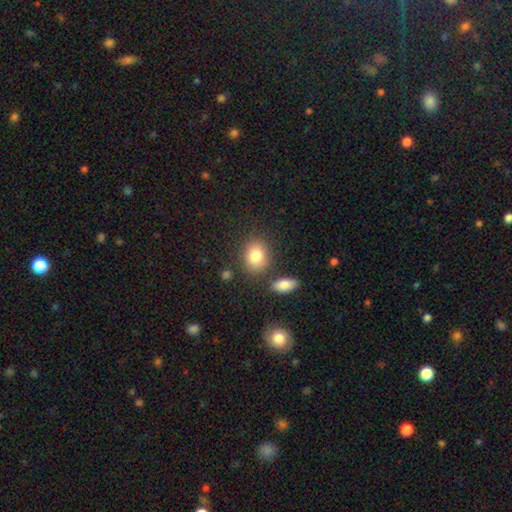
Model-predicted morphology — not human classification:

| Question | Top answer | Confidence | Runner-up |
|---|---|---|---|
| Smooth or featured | smooth | 83% | featured or disk (9%) |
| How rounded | in between | 53% | round (45%) |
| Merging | none | 75% | minor disturbance (12%) |